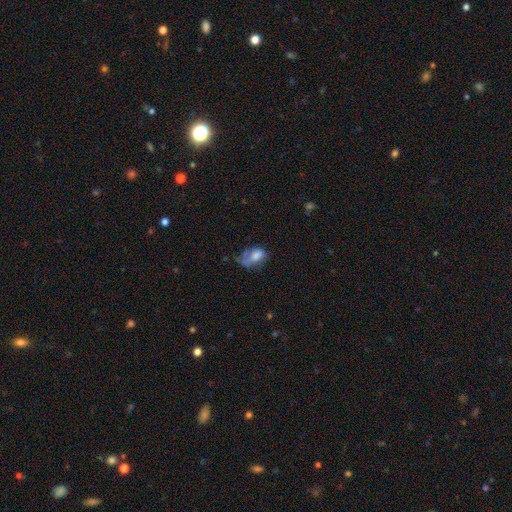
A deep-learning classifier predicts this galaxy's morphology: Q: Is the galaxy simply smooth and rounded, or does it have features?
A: smooth — 60%.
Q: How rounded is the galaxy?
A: in between — 86%.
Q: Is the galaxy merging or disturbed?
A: major disturbance — 33%.